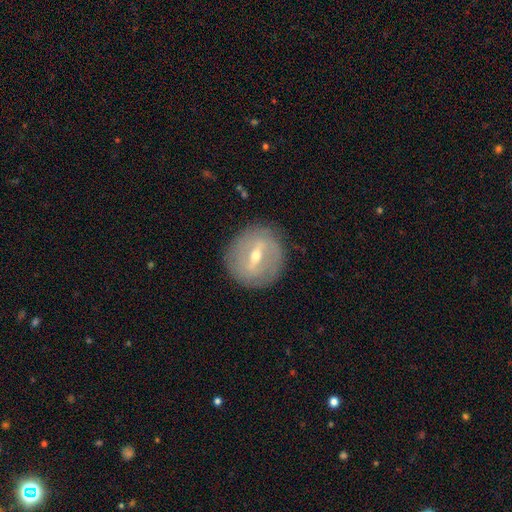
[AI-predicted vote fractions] A featured or disk galaxy (72%) with a strong bar (53%), no spiral arms (55%) and a moderate central bulge (57%).

Vote fractions:
- Smooth or featured? featured or disk: 72% / smooth: 21% / star or artifact: 7%
- Edge-on disk? no: 87% / yes: 13%
- Bar? strong: 53% / weak: 39% / no: 9%
- Spiral arms? no: 55% / yes: 45%
- Bulge size? moderate: 57% / small: 40% / large: 2% / none: 1% / dominant: 1%
- Merging? none: 85% / minor disturbance: 10% / major disturbance: 4% / merger: 1%